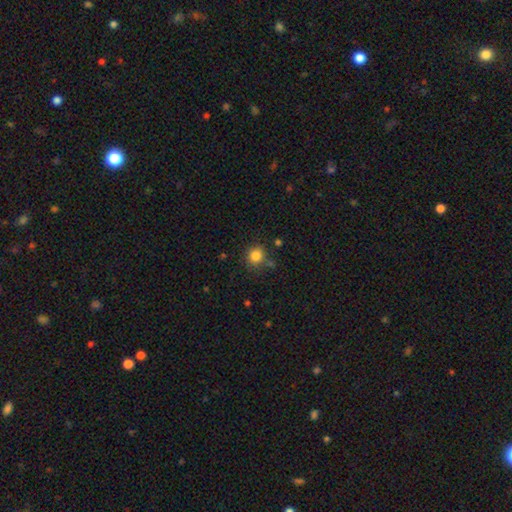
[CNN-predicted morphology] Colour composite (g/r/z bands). It shows a smooth galaxy with no disk features (84%) that is round (85%). Merging: none (78%).